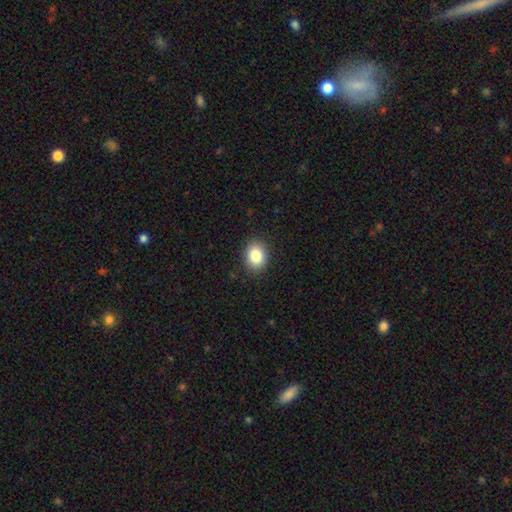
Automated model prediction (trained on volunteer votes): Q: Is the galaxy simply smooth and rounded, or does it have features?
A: smooth — 84%.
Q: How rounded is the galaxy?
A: in between — 57%.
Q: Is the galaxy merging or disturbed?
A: none — 89%.